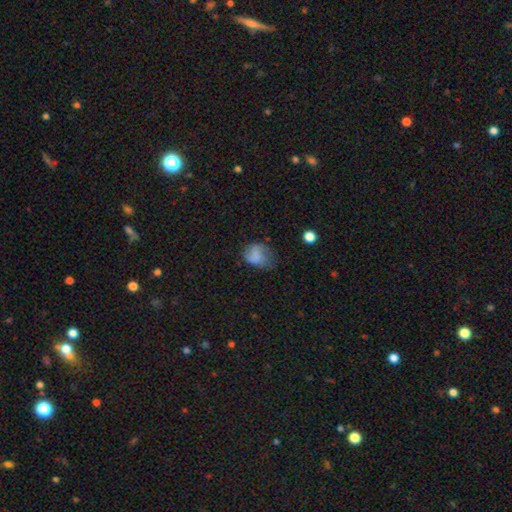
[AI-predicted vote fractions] smooth-or-featured: smooth: 67% | featured or disk: 22% | star or artifact: 11%
  how-rounded: in between: 56% | round: 43% | cigar-shaped: 1%
  merging: none: 38% | minor disturbance: 34% | major disturbance: 26% | merger: 2%